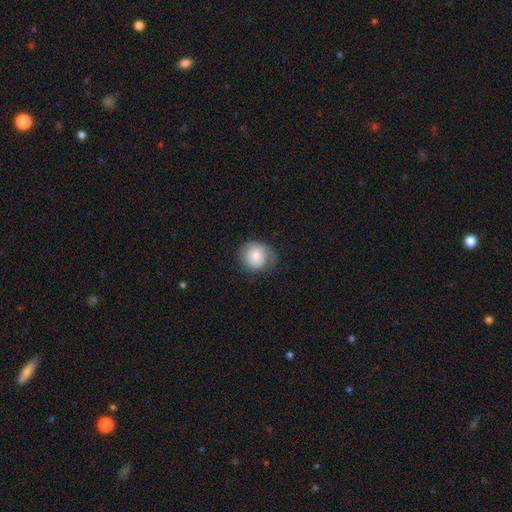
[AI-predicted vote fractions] Smooth or featured? Predicted: smooth (p=0.70). How rounded? Predicted: round (p=0.87). Merging? Predicted: none (p=0.68).